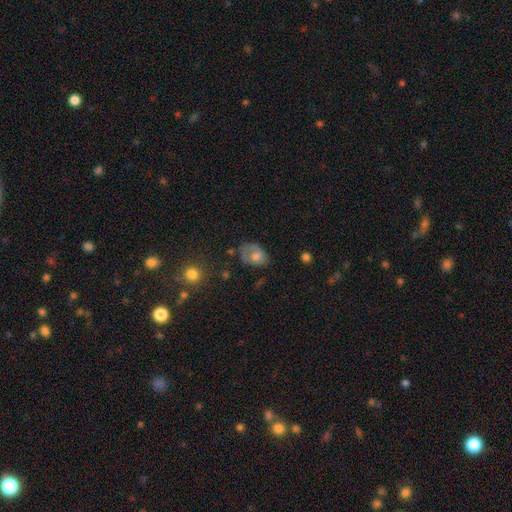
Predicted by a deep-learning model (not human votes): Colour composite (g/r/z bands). It shows a smooth galaxy with no disk features (63%) that is in between round and cigar-shaped (75%). Merging: none (34%).